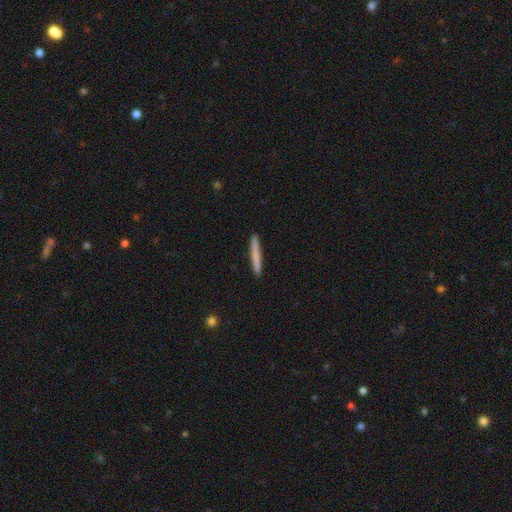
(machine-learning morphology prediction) The model was most divided on "smooth or featured": smooth: 75%, featured or disk: 19%, star or artifact: 5%. More confident: how rounded — cigar-shaped (97%); merging — none (92%).